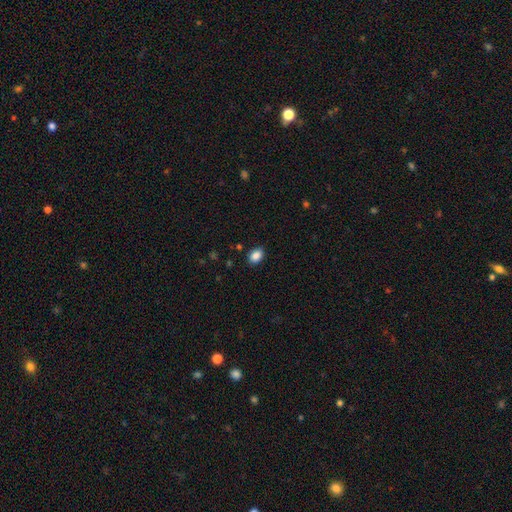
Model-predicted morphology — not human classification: This is clearly a smooth galaxy (88%). How rounded: likely in between (74%). Merging: clearly none (88%).